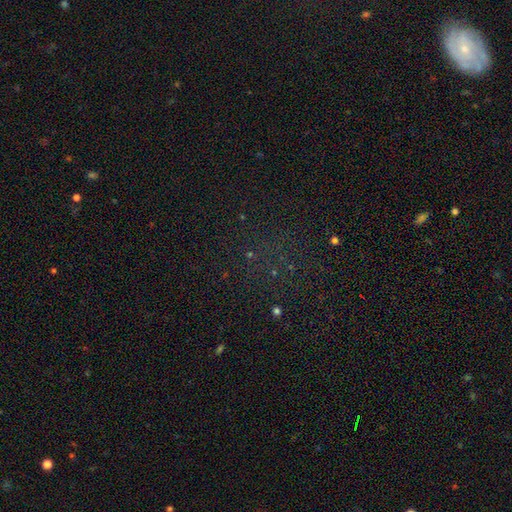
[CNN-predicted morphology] Smooth or featured?
  - star or artifact: 65% *
  - smooth: 23%
  - featured or disk: 12%